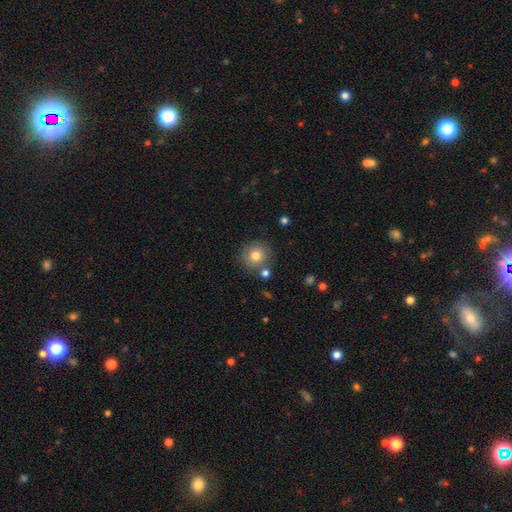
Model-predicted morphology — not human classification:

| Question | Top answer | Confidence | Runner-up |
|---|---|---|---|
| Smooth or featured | smooth | 79% | featured or disk (11%) |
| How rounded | round | 90% | in between (9%) |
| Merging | none | 77% | minor disturbance (11%) |